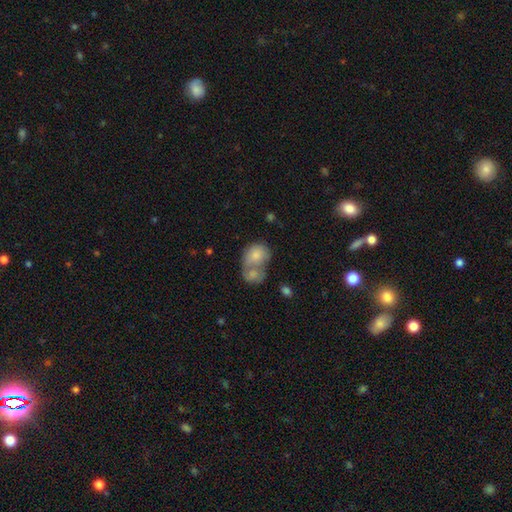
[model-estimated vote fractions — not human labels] smooth_or_featured: smooth (p=0.75) [alt: featured or disk p=0.18]
how_rounded: in between (p=0.57) [alt: round p=0.42]
merging: merger (p=0.67) [alt: none p=0.17]